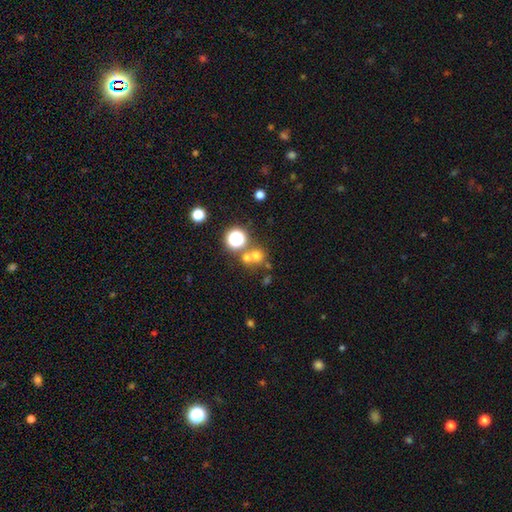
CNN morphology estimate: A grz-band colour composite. It shows a smooth galaxy with no disk features (61%) that is round (90%). Merging: none (56%).